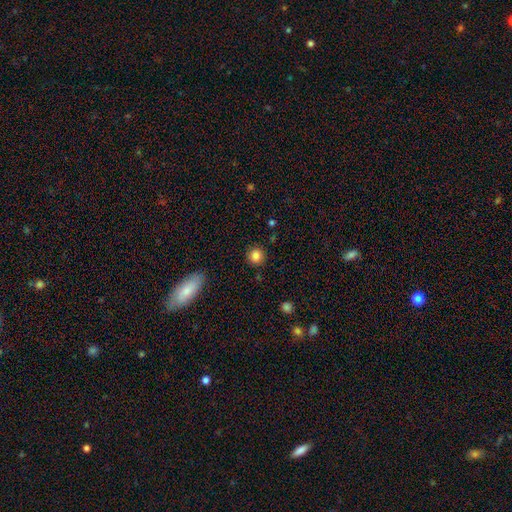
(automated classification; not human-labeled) Overall: smooth (84%). How rounded: round (92%). Merging: none (89%).